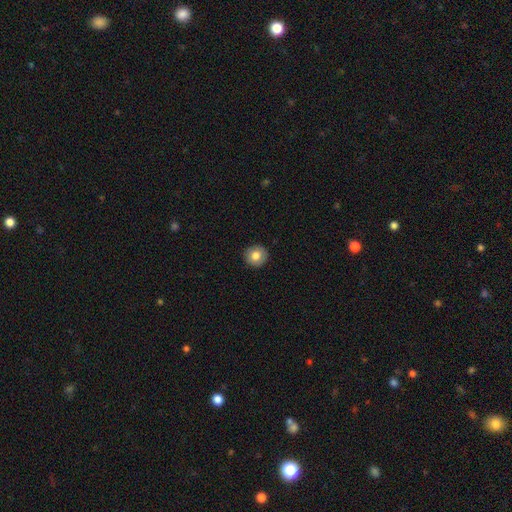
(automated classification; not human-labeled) Smooth or featured: smooth — 80% (featured or disk — 12%)
How rounded: round — 93% (in between — 6%)
Merging: none — 92% (minor disturbance — 6%)